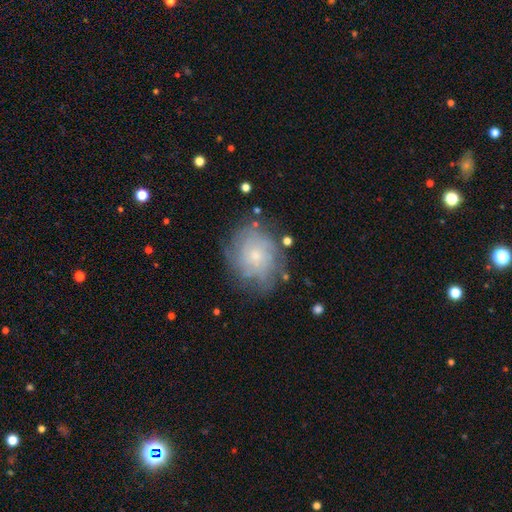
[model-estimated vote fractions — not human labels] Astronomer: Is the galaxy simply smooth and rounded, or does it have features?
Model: featured or disk — 54% (runner-up: smooth, 35%).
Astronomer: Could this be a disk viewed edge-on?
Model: no — 97%.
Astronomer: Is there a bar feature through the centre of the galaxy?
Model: no — 84%.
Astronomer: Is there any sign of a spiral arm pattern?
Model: yes — 73%.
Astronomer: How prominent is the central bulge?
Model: small — 69%.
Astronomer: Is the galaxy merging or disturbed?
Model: none — 70%.